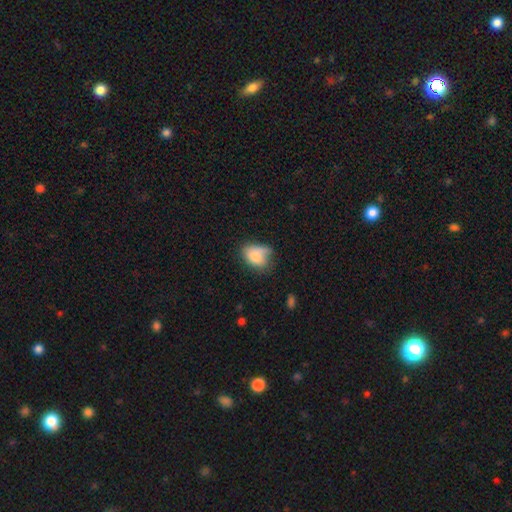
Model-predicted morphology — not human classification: type=smooth (78%); roundness=in between (78%); merging=none (40%).